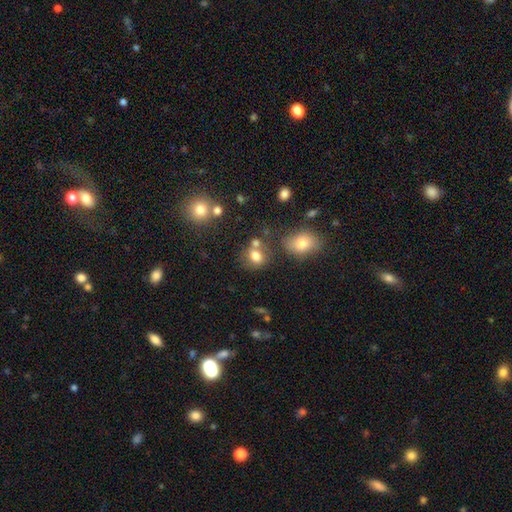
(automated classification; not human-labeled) smooth_or_featured: smooth (p=0.77) [alt: star or artifact p=0.13]
how_rounded: round (p=0.59) [alt: in between p=0.40]
merging: none (p=0.56) [alt: merger p=0.23]